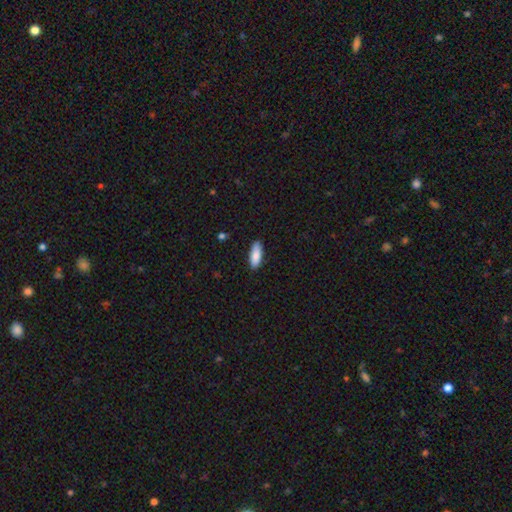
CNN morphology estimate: This appears to be a smooth galaxy with no disk features (86%) that is in between round and cigar-shaped (71%). Merging: none (86%).